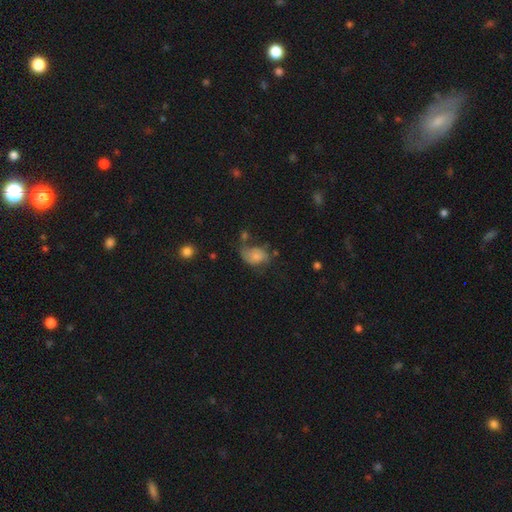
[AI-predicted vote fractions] The model was most divided on "merging": none: 37%, minor disturbance: 28%, major disturbance: 26%, merger: 10%. More confident: how rounded — in between (71%); smooth or featured — smooth (53%).